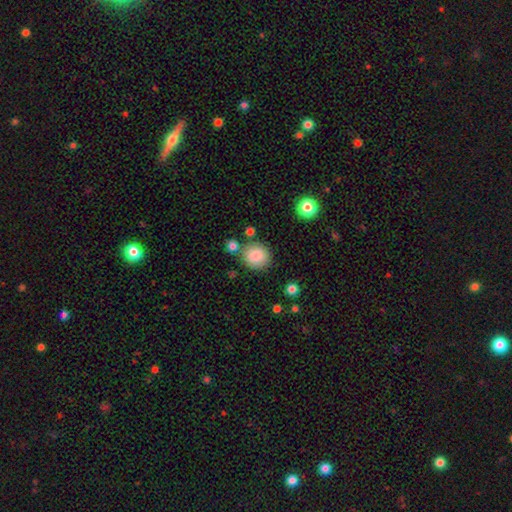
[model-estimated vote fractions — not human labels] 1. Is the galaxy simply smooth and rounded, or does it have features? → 86% smooth, 9% star or artifact, 6% featured or disk.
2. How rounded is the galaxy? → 87% round, 12% in between, 1% cigar-shaped.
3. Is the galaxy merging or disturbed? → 80% none, 10% minor disturbance, 7% merger, 3% major disturbance.